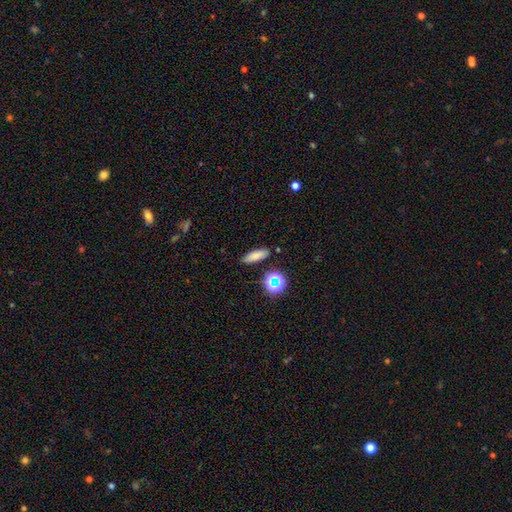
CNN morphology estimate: A smooth galaxy with no disk features (78%) that is in between round and cigar-shaped (53%). Merging: none (86%).